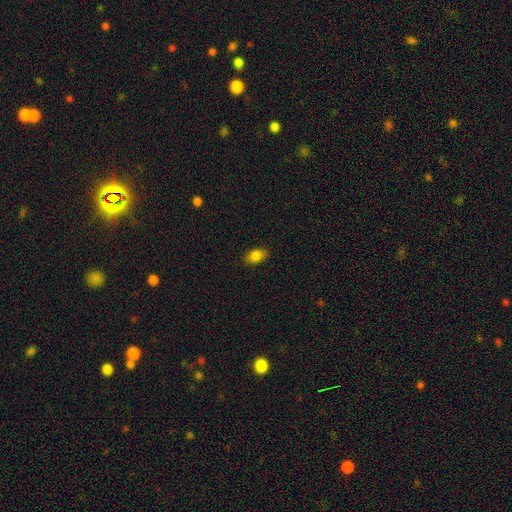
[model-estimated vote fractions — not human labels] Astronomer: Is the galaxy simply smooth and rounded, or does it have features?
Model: smooth — 83%.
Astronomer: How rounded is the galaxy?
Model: in between — 86%.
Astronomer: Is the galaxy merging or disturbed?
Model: none — 86%.